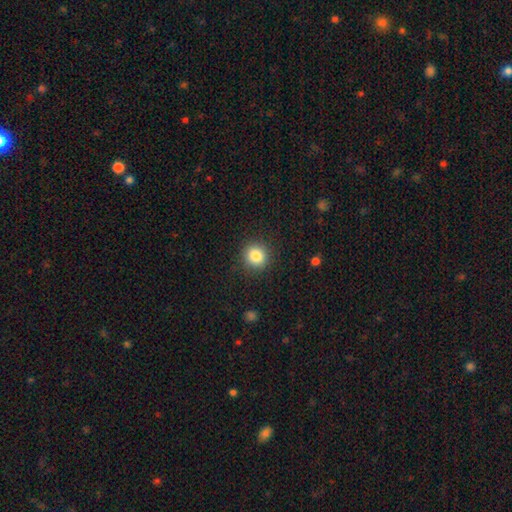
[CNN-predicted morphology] smooth_or_featured: smooth (p=0.84) [alt: star or artifact p=0.10]
how_rounded: round (p=0.88) [alt: in between p=0.11]
merging: none (p=0.90) [alt: minor disturbance p=0.07]